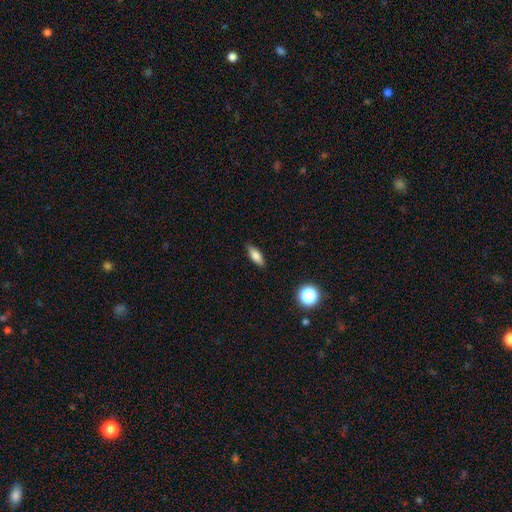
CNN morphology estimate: smooth-or-featured: smooth: 74% | featured or disk: 17% | star or artifact: 8%
  how-rounded: in between: 64% | cigar-shaped: 33% | round: 4%
  merging: none: 86% | minor disturbance: 11% | major disturbance: 2% | merger: 1%